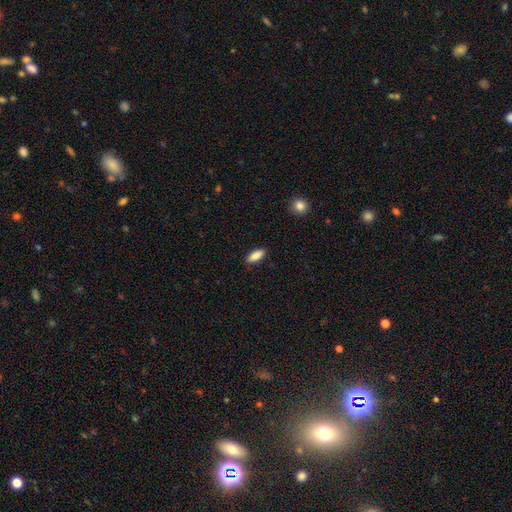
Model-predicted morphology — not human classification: Overall: smooth (87%). How rounded: in between (76%). Merging: none (88%).